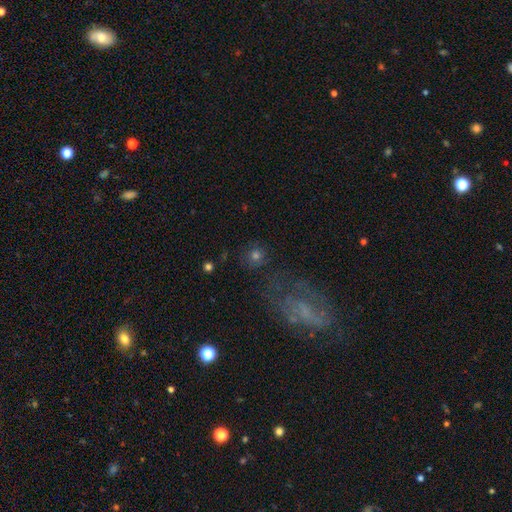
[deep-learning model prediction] Smooth or featured? Predicted: smooth (p=0.57). How rounded? Predicted: round (p=0.85). Merging? Predicted: none (p=0.75).